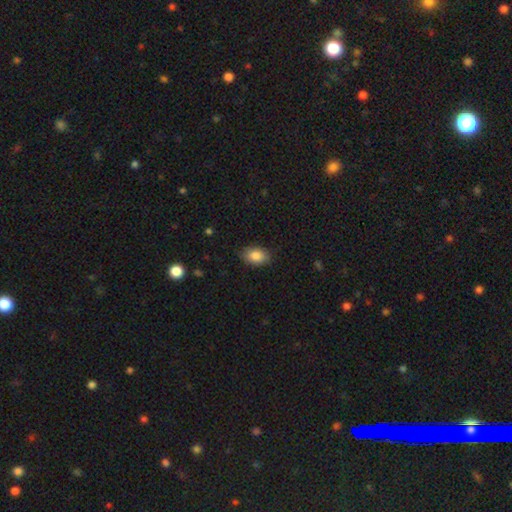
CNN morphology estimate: smooth-or-featured: smooth: 85% | star or artifact: 8% | featured or disk: 7%
  how-rounded: in between: 88% | round: 11% | cigar-shaped: 1%
  merging: none: 85% | minor disturbance: 11% | major disturbance: 2% | merger: 1%